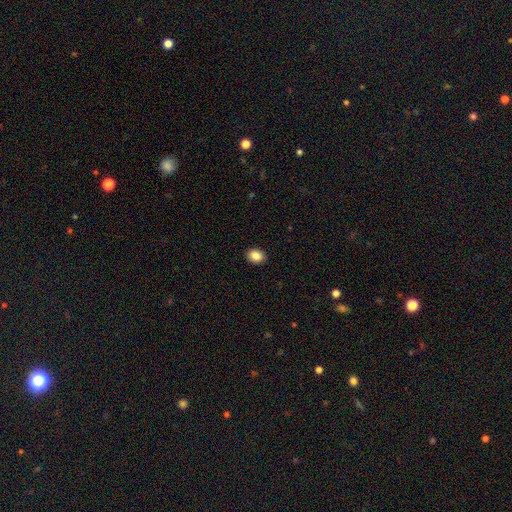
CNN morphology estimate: type=smooth (85%); roundness=in between (52%); merging=none (92%).